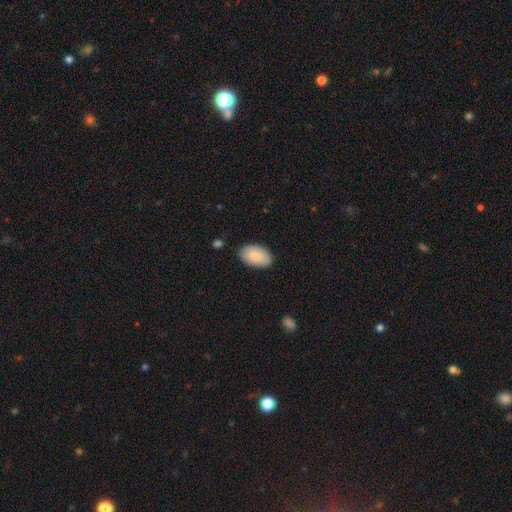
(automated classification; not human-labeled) This appears to be a smooth galaxy with no disk features (83%) that is in between round and cigar-shaped (93%). Merging: none (84%).